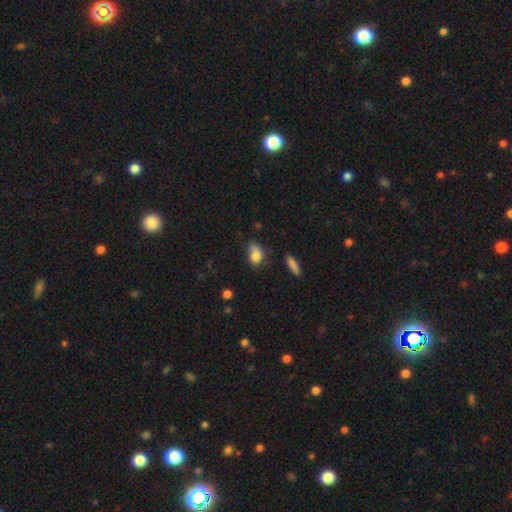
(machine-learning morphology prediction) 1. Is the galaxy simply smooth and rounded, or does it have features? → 79% smooth, 11% featured or disk, 10% star or artifact.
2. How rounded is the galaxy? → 71% in between, 26% round, 3% cigar-shaped.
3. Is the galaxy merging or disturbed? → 39% none, 34% minor disturbance, 16% major disturbance, 11% merger.